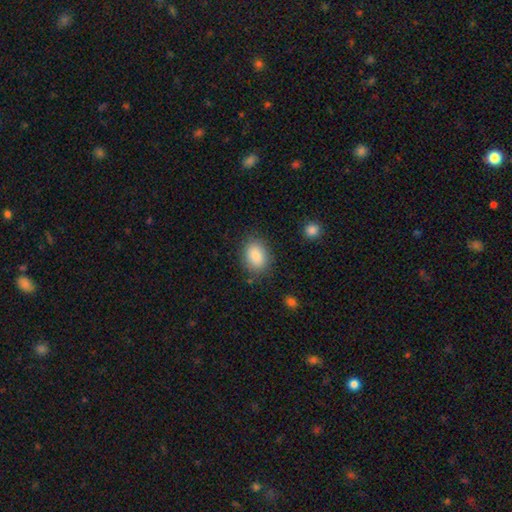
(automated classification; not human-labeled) smooth_or_featured: smooth (p=0.87) [alt: star or artifact p=0.07]
how_rounded: in between (p=0.75) [alt: round p=0.24]
merging: none (p=0.82) [alt: minor disturbance p=0.12]